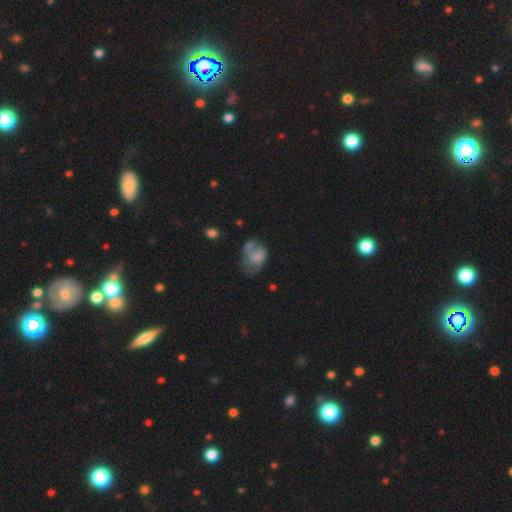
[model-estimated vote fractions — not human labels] Smooth or featured: smooth — 53% (featured or disk — 37%)
How rounded: in between — 68% (round — 31%)
Merging: major disturbance — 35% (none — 28%)